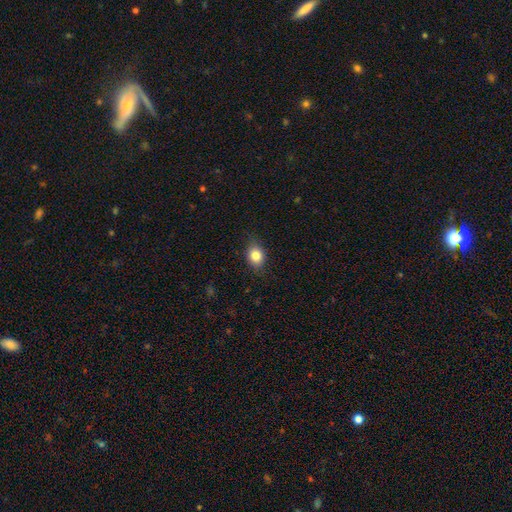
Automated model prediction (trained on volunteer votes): Smooth or featured: smooth — 83% (star or artifact — 9%)
How rounded: in between — 61% (round — 37%)
Merging: none — 80% (minor disturbance — 16%)